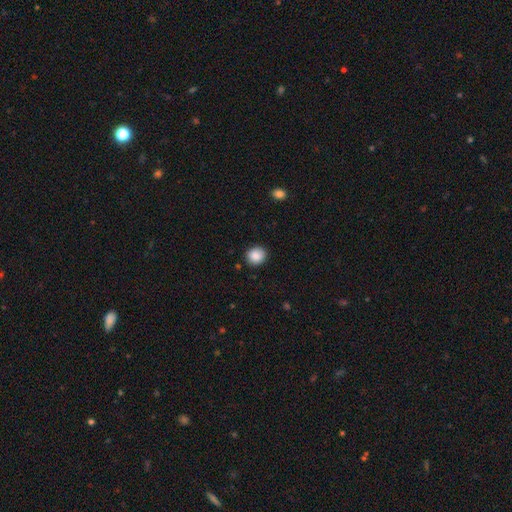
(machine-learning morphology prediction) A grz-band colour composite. It shows a smooth galaxy with no disk features (88%) that is round (81%). Merging: none (89%).